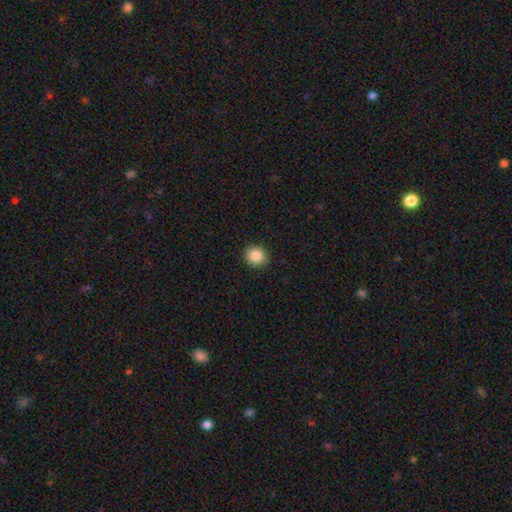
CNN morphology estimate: type=smooth (88%); roundness=round (83%); merging=none (91%).